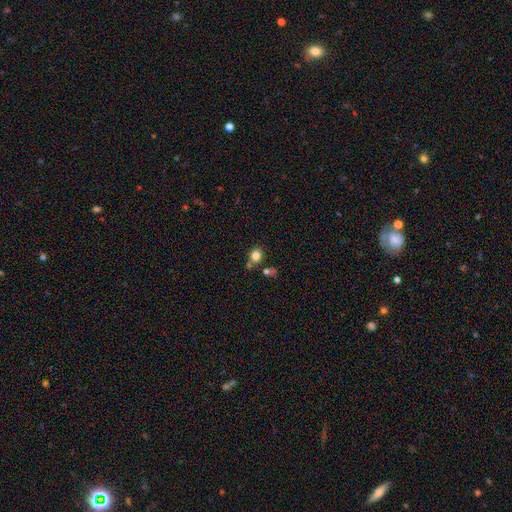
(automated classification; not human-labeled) smooth_or_featured: smooth (p=0.80) [alt: star or artifact p=0.12]
how_rounded: round (p=0.64) [alt: in between p=0.35]
merging: none (p=0.69) [alt: merger p=0.15]